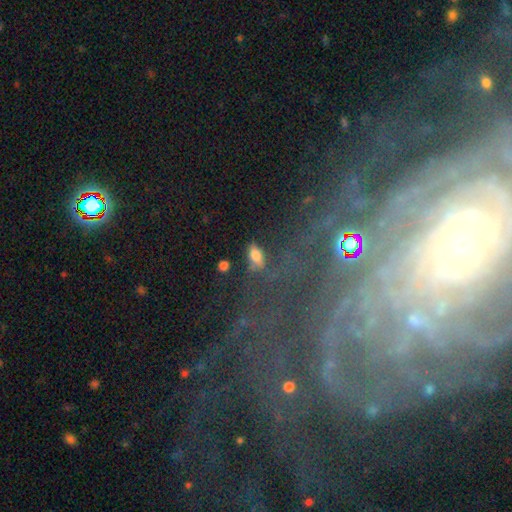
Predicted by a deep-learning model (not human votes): Smooth or featured? smooth (71%)
How rounded? in between (80%)
Merging? none (71%)